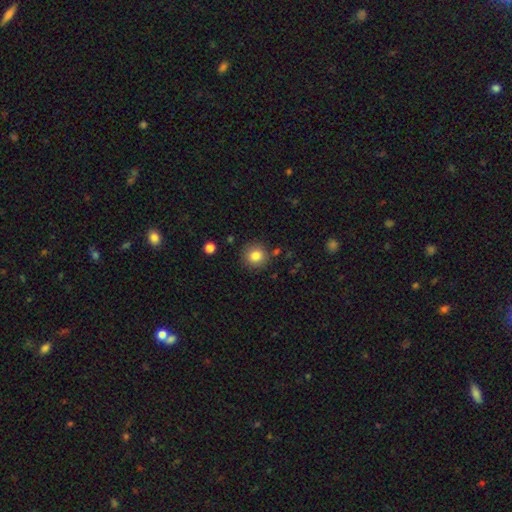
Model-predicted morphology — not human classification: Smooth or featured?
  - smooth: 83% *
  - star or artifact: 10%
  - featured or disk: 7%
How rounded?
  - round: 92% *
  - in between: 7%
  - cigar-shaped: 1%
Merging?
  - none: 87% *
  - minor disturbance: 8%
  - merger: 3%
  - major disturbance: 2%